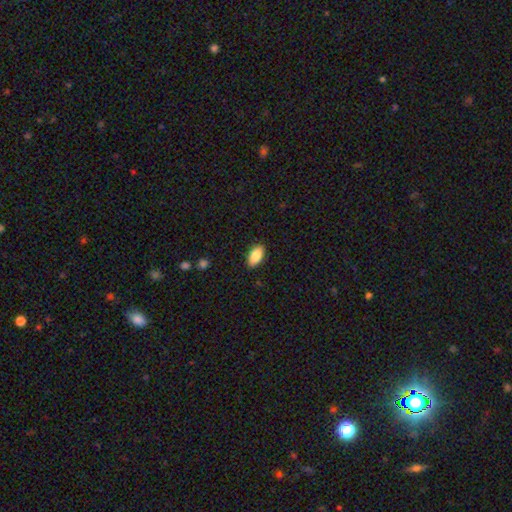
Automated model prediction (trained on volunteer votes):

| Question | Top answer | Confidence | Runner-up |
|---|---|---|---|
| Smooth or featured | smooth | 86% | star or artifact (7%) |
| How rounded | in between | 92% | cigar-shaped (5%) |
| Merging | none | 89% | minor disturbance (8%) |